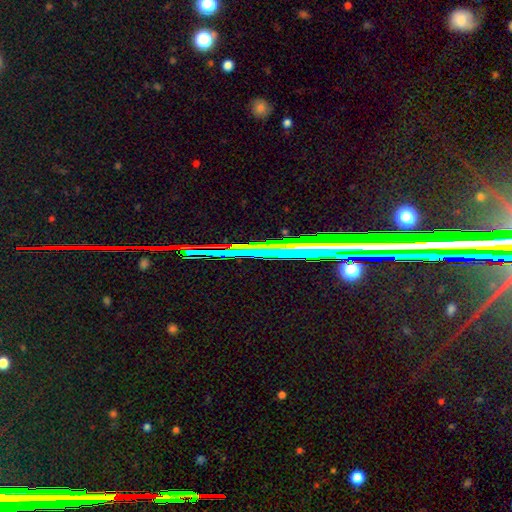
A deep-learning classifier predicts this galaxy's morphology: Smooth or featured?
  - star or artifact: 60% *
  - featured or disk: 28%
  - smooth: 12%